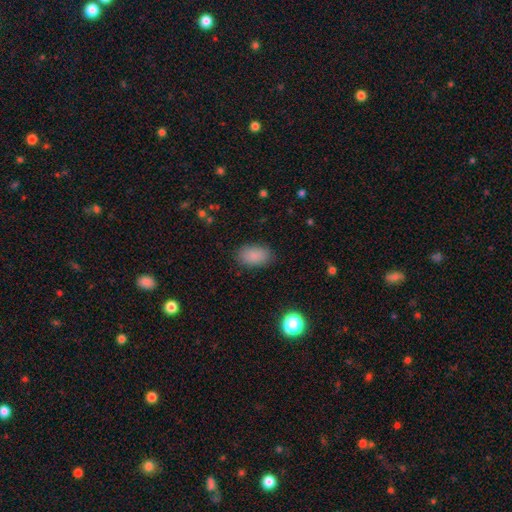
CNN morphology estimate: Smooth or featured? smooth (87%)
How rounded? in between (90%)
Merging? none (85%)